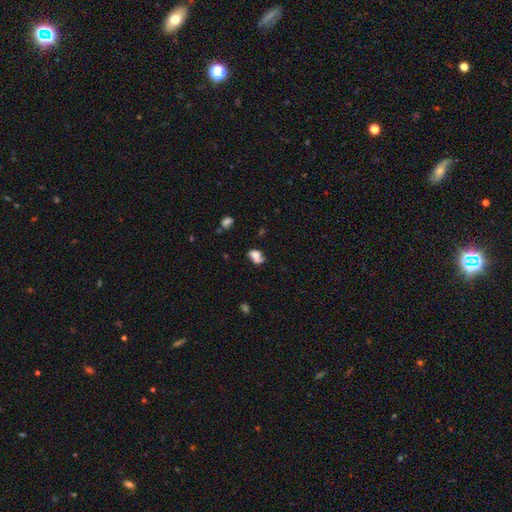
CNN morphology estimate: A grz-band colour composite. It shows a smooth galaxy with no disk features (60%) that is in between round and cigar-shaped (72%). Merging: none (35%).